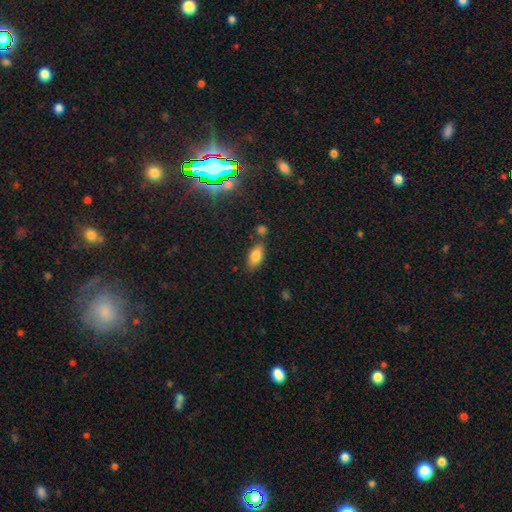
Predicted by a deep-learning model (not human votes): The model was most divided on "merging": none: 75%, minor disturbance: 13%, merger: 9%, major disturbance: 3%. More confident: how rounded — in between (87%); smooth or featured — smooth (80%).